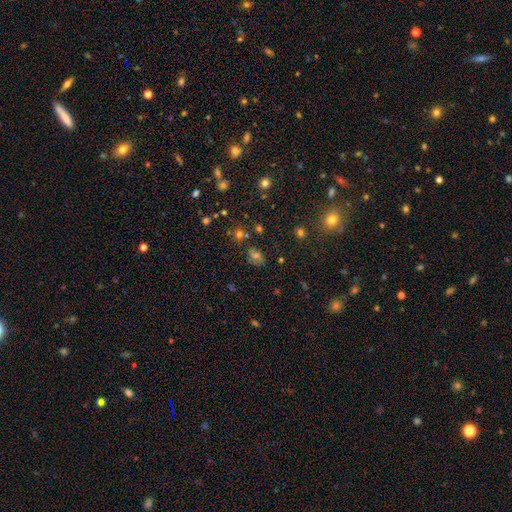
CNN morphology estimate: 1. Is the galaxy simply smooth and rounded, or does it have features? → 49% smooth, 38% star or artifact, 13% featured or disk.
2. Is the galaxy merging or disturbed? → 70% none, 16% minor disturbance, 7% merger, 7% major disturbance.